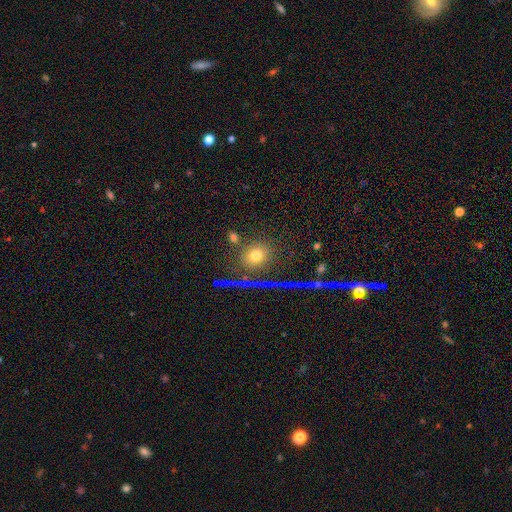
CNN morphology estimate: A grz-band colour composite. It shows a smooth galaxy with no disk features (71%) that is round (73%). Merging: none (74%).